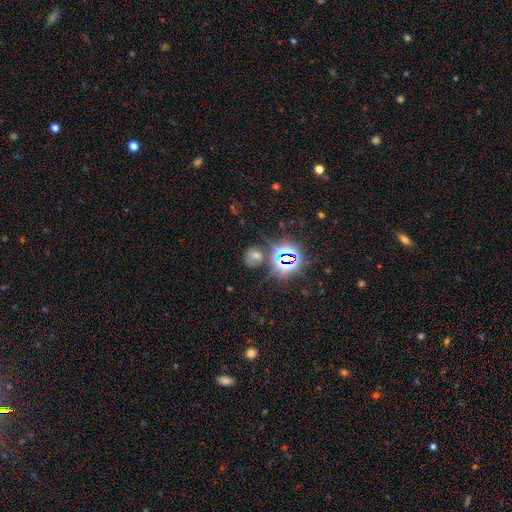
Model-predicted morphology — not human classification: Smooth or featured? Predicted: star or artifact (p=0.55).